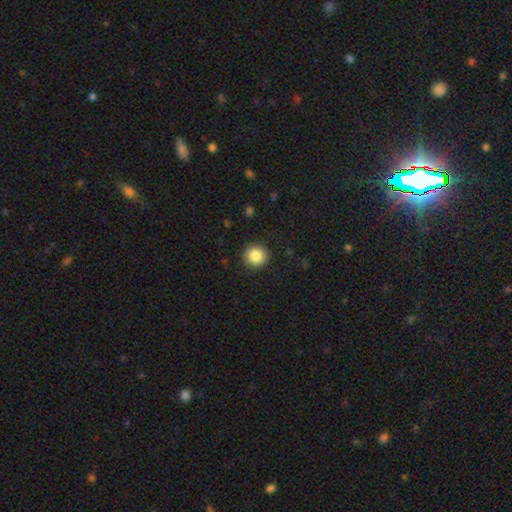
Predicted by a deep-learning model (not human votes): This is clearly a smooth galaxy (86%). How rounded: clearly round (93%). Merging: clearly none (92%).